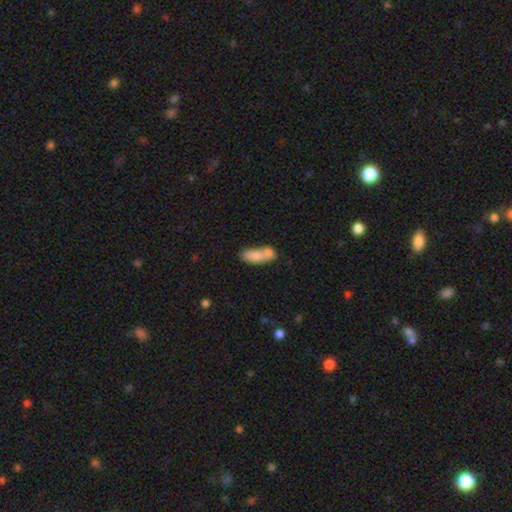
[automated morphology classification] smooth-or-featured: smooth: 73% | featured or disk: 20% | star or artifact: 8%
  how-rounded: in between: 67% | cigar-shaped: 29% | round: 4%
  merging: merger: 50% | none: 30% | minor disturbance: 14% | major disturbance: 6%